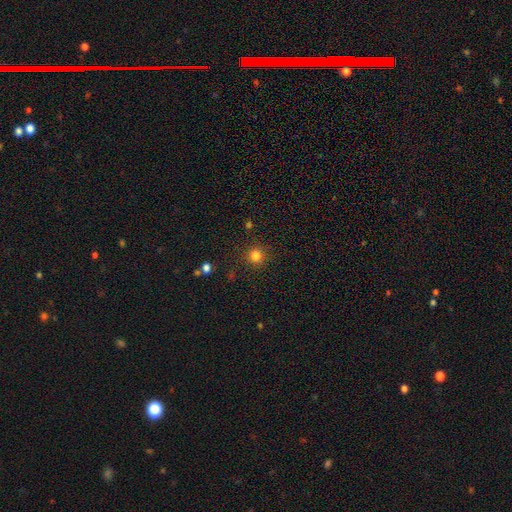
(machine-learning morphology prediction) Smooth or featured? smooth (81%)
How rounded? round (93%)
Merging? none (89%)